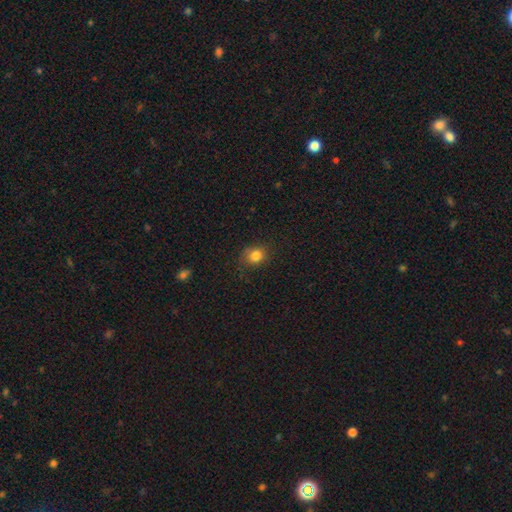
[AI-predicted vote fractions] Smooth or featured?
  - smooth: 82% *
  - star or artifact: 12%
  - featured or disk: 6%
How rounded?
  - round: 67% *
  - in between: 32%
  - cigar-shaped: 1%
Merging?
  - none: 75% *
  - minor disturbance: 18%
  - major disturbance: 6%
  - merger: 1%